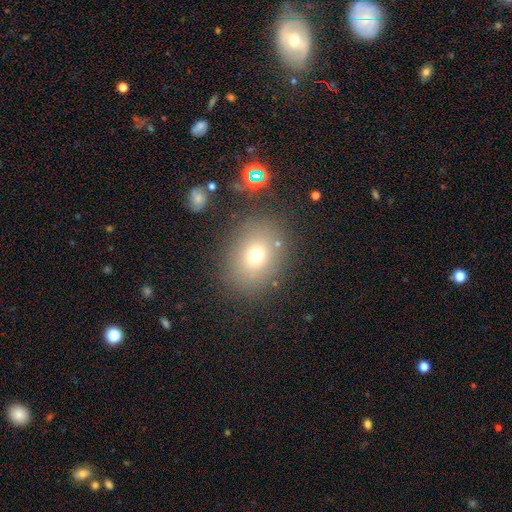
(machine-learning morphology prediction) Smooth or featured? Predicted: smooth (p=0.71). How rounded? Predicted: round (p=0.54). Merging? Predicted: none (p=0.81).